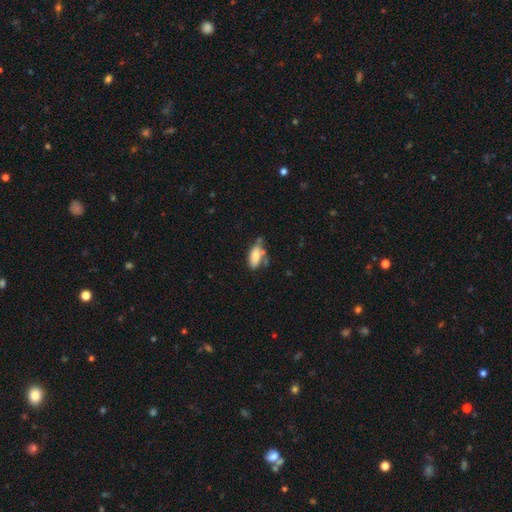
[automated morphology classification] This is likely a smooth galaxy (74%). How rounded: clearly in between (83%). Merging: marginally none (45%).